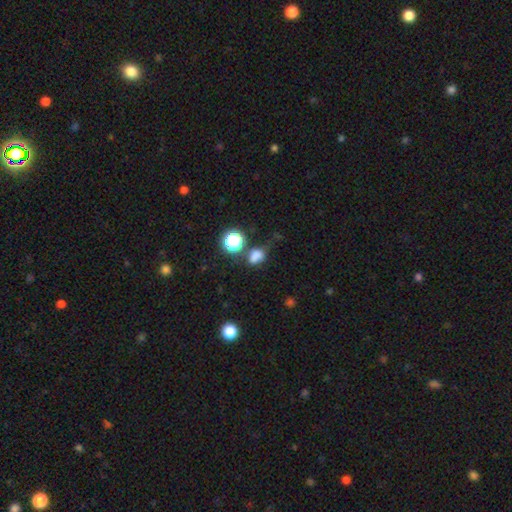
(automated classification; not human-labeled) smooth-or-featured: smooth: 73% | star or artifact: 19% | featured or disk: 8%
  how-rounded: in between: 54% | round: 45% | cigar-shaped: 2%
  merging: none: 47% | minor disturbance: 23% | merger: 18% | major disturbance: 12%